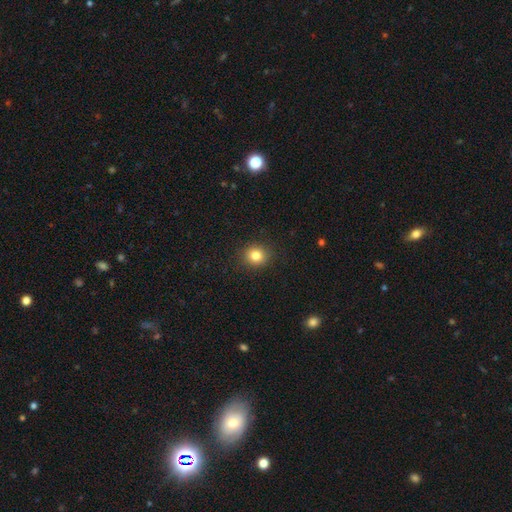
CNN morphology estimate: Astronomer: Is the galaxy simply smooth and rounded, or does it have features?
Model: smooth — 82%.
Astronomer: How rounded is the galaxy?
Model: round — 84%.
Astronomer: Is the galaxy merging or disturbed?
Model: none — 91%.